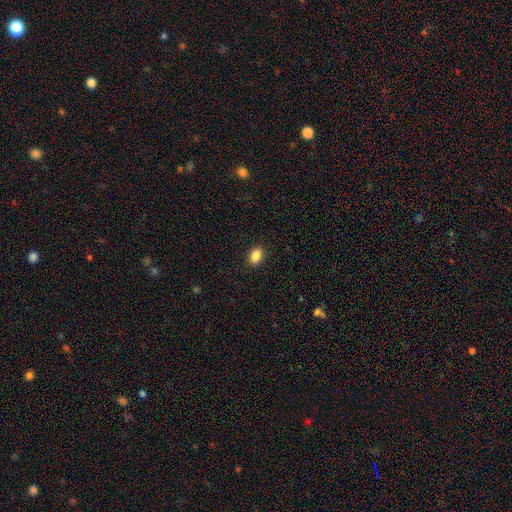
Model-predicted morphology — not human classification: Smooth or featured? smooth (87%)
How rounded? in between (79%)
Merging? none (90%)